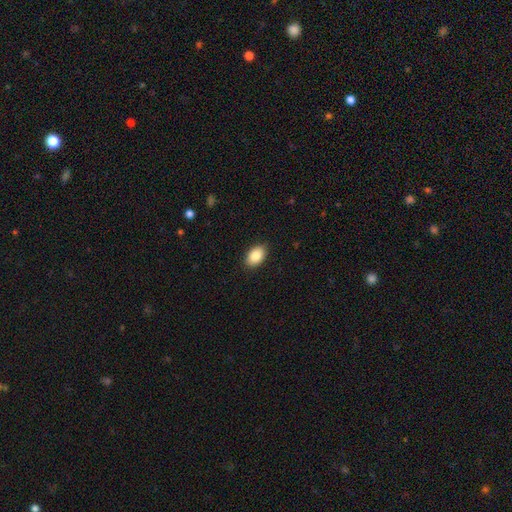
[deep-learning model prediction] The model was most divided on "merging": none: 88%, minor disturbance: 9%, major disturbance: 2%, merger: 1%. More confident: how rounded — in between (90%); smooth or featured — smooth (88%).